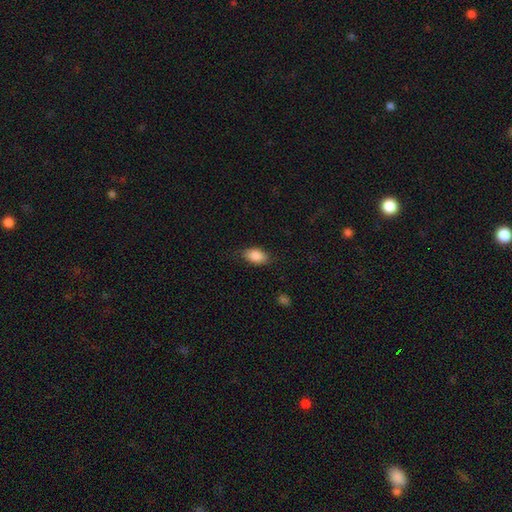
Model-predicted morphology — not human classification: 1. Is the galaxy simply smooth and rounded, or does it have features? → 87% smooth, 7% star or artifact, 6% featured or disk.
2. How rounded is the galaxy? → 91% in between, 6% round, 3% cigar-shaped.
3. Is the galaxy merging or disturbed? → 78% none, 16% minor disturbance, 4% major disturbance, 1% merger.